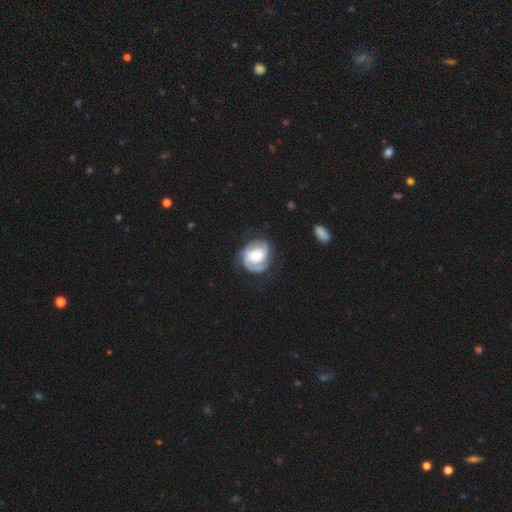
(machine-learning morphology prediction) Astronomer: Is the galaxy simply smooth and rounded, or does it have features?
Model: featured or disk — 76%.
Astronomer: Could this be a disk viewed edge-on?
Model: no — 98%.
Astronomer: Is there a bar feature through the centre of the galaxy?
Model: no — 58% (runner-up: weak, 33%).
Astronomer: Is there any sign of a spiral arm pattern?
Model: yes — 93%.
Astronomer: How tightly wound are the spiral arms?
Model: tight — 57% (runner-up: medium, 33%).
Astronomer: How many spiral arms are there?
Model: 2 — 49%.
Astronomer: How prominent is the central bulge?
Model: moderate — 53% (runner-up: small, 35%).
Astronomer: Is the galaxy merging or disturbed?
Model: none — 64%.